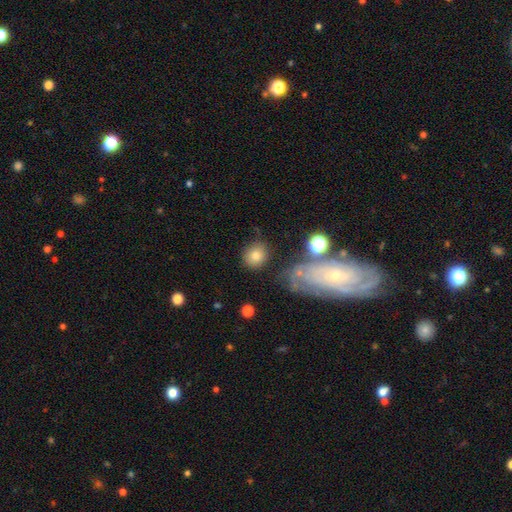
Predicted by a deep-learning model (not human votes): smooth_or_featured: smooth (p=0.77) [alt: featured or disk p=0.12]
how_rounded: round (p=0.79) [alt: in between p=0.20]
merging: none (p=0.78) [alt: minor disturbance p=0.11]